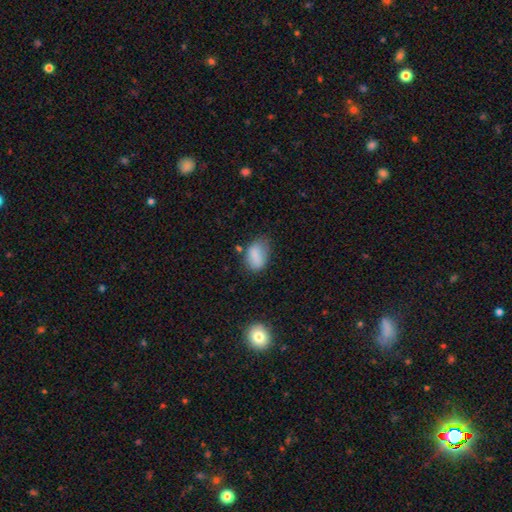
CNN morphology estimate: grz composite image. It shows a smooth galaxy with no disk features (83%) that is in between round and cigar-shaped (85%). Merging: none (52%).